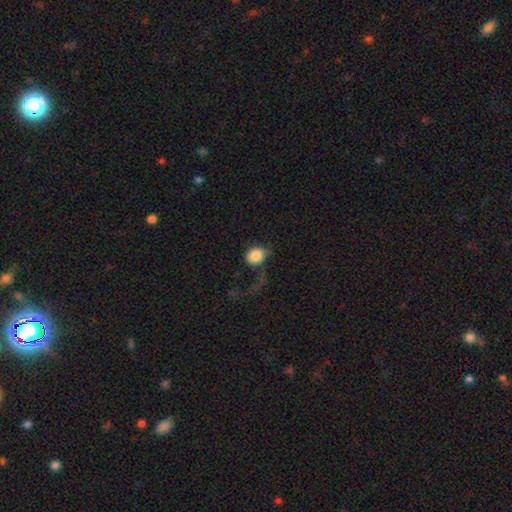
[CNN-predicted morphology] Smooth or featured? Predicted: smooth (p=0.80). How rounded? Predicted: round (p=0.55). Merging? Predicted: major disturbance (p=0.52).